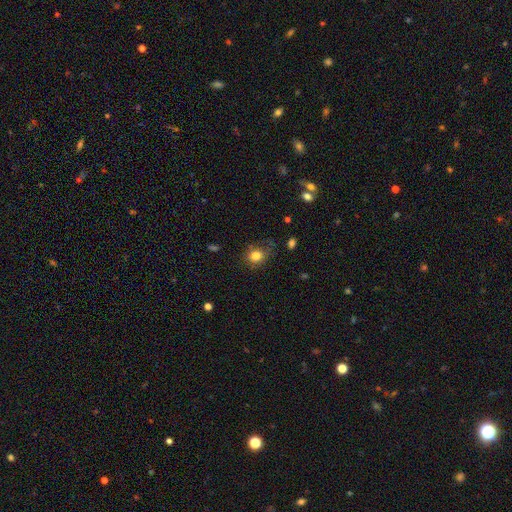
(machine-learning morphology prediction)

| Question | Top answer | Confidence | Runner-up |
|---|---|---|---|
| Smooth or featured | smooth | 81% | star or artifact (11%) |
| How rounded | round | 67% | in between (32%) |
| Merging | none | 70% | minor disturbance (21%) |